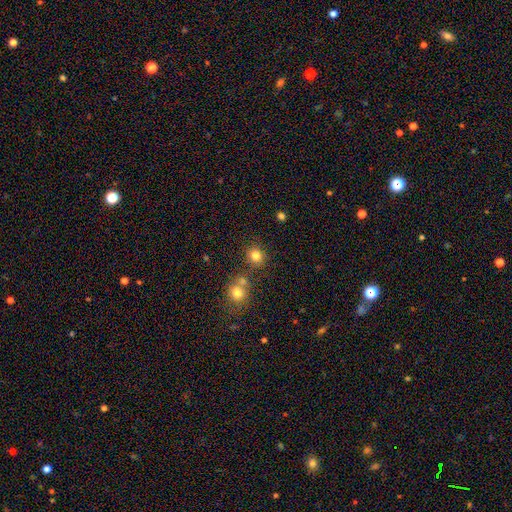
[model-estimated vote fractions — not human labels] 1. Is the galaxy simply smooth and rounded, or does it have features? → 81% smooth, 14% star or artifact, 6% featured or disk.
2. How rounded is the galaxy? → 86% round, 13% in between, 1% cigar-shaped.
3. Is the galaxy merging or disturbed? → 76% none, 13% merger, 8% minor disturbance, 3% major disturbance.